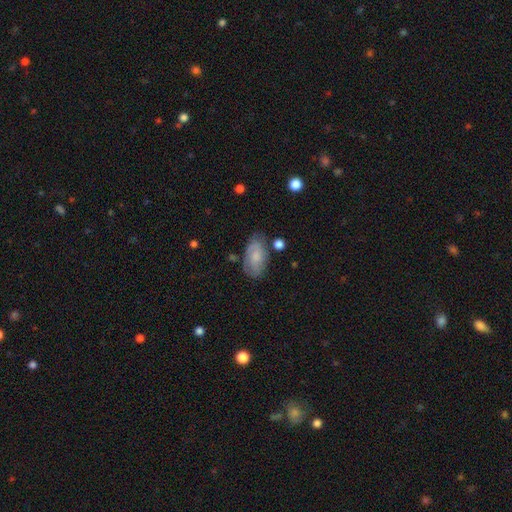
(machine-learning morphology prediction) Q: Smooth or featured?
A: smooth (60%); runner-up: featured or disk (33%)
Q: How rounded?
A: in between (92%); runner-up: round (5%)
Q: Merging?
A: none (67%); runner-up: minor disturbance (23%)